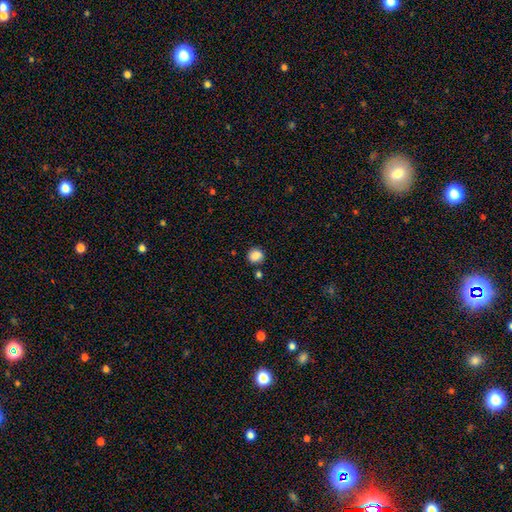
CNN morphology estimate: A smooth galaxy with no disk features (85%) that is round (83%).

Vote fractions:
- Smooth or featured? smooth: 85% / star or artifact: 10% / featured or disk: 5%
- How rounded? round: 83% / in between: 16% / cigar-shaped: 1%
- Merging? none: 78% / minor disturbance: 13% / merger: 6% / major disturbance: 3%